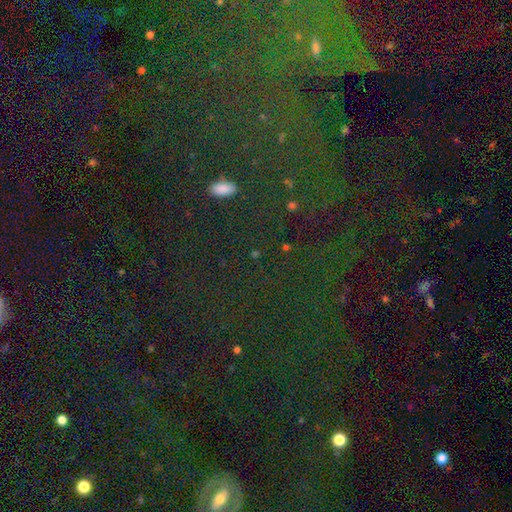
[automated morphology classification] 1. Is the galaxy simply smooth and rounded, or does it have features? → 72% star or artifact, 20% smooth, 9% featured or disk.